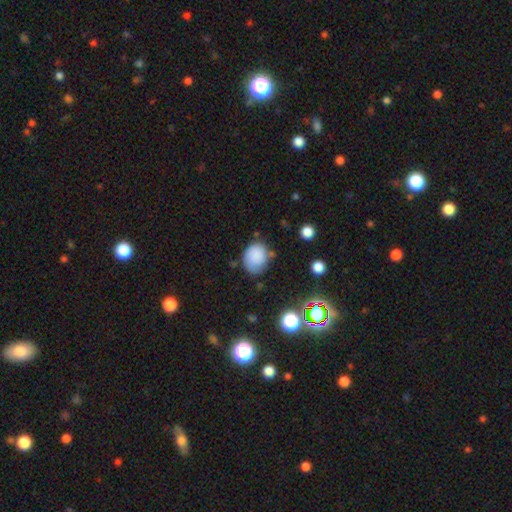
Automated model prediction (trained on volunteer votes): A smooth galaxy with no disk features (82%) that is round (52%).

Vote fractions:
- Smooth or featured? smooth: 82% / star or artifact: 10% / featured or disk: 9%
- How rounded? round: 52% / in between: 47% / cigar-shaped: 1%
- Merging? none: 61% / minor disturbance: 27% / major disturbance: 8% / merger: 4%